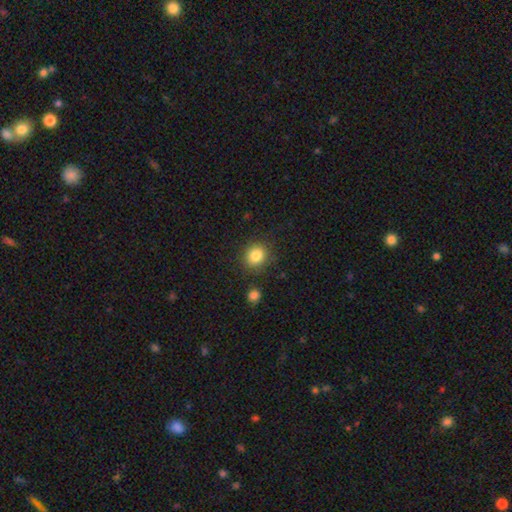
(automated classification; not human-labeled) A smooth galaxy with no disk features (84%) that is round (82%).

Vote fractions:
- Smooth or featured? smooth: 84% / star or artifact: 10% / featured or disk: 6%
- How rounded? round: 82% / in between: 17% / cigar-shaped: 1%
- Merging? none: 84% / minor disturbance: 9% / merger: 3% / major disturbance: 3%